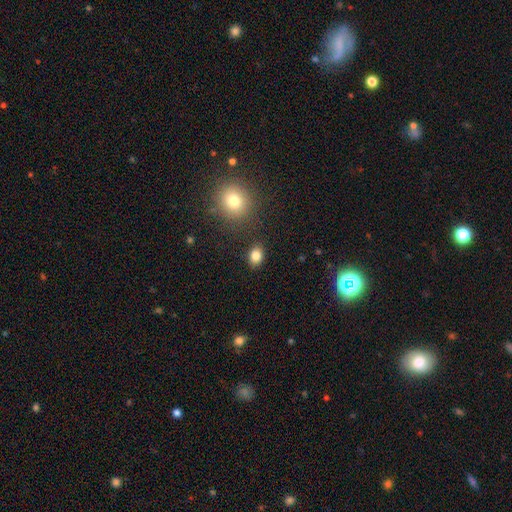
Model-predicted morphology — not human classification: Smooth or featured: smooth — 84% (star or artifact — 10%)
How rounded: in between — 64% (round — 34%)
Merging: none — 86% (minor disturbance — 9%)